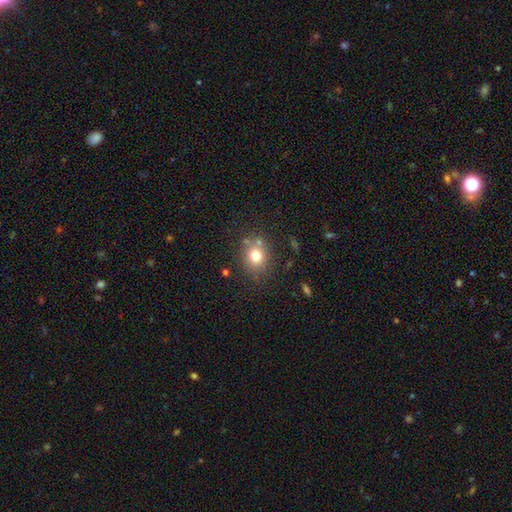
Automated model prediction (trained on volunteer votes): Smooth or featured? Predicted: smooth (p=0.75). How rounded? Predicted: round (p=0.71). Merging? Predicted: none (p=0.76).